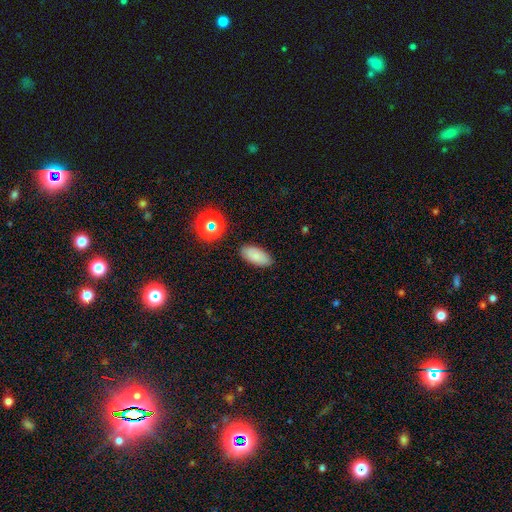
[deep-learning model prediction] A smooth galaxy with no disk features (81%) that is in between round and cigar-shaped (90%). Merging: none (85%).